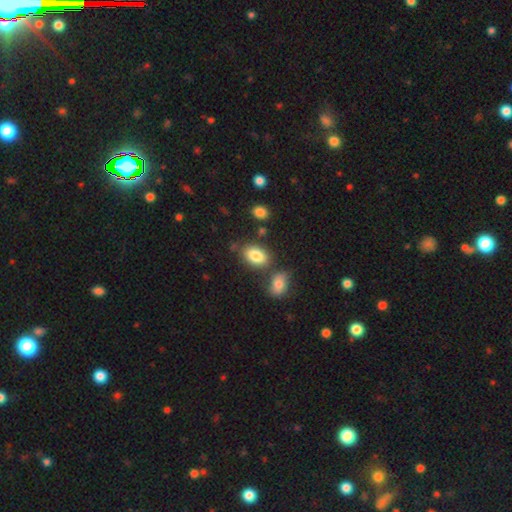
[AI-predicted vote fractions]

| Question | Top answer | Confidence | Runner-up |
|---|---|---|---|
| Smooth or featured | smooth | 84% | featured or disk (8%) |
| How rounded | in between | 88% | round (11%) |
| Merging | none | 69% | merger (14%) |